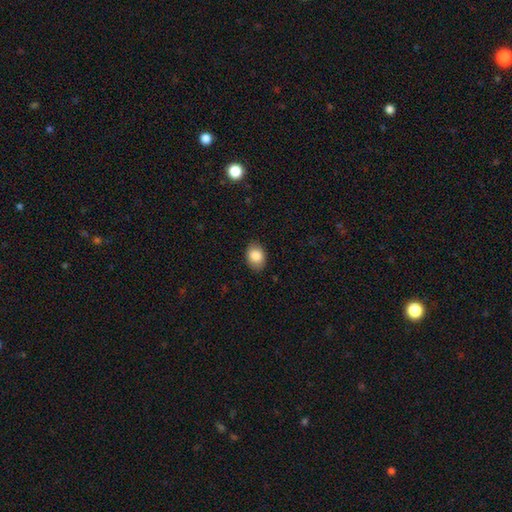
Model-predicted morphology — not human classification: Overall: smooth (87%). How rounded: in between (73%). Merging: none (86%).